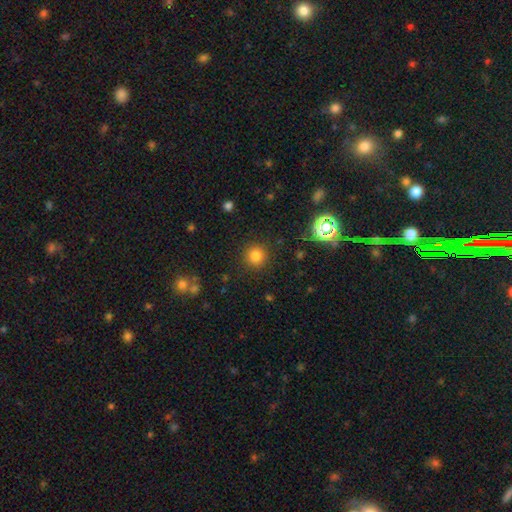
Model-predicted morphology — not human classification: A smooth galaxy with no disk features (80%) that is round (93%).

Vote fractions:
- Smooth or featured? smooth: 80% / star or artifact: 15% / featured or disk: 5%
- How rounded? round: 93% / in between: 6% / cigar-shaped: 1%
- Merging? none: 89% / minor disturbance: 7% / major disturbance: 3% / merger: 1%